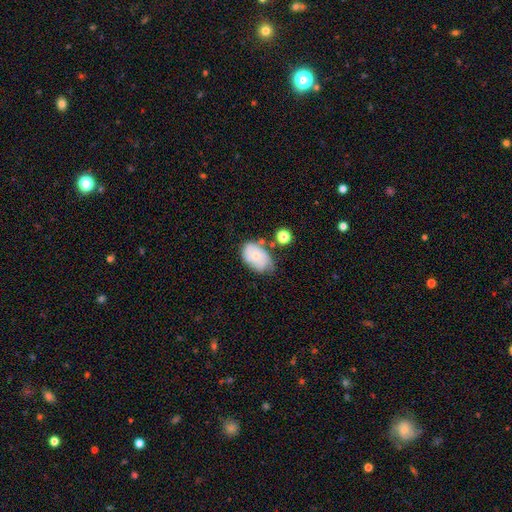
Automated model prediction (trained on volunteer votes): Morphology: type=smooth (58%); roundness=in between (86%); merging=none (42%).